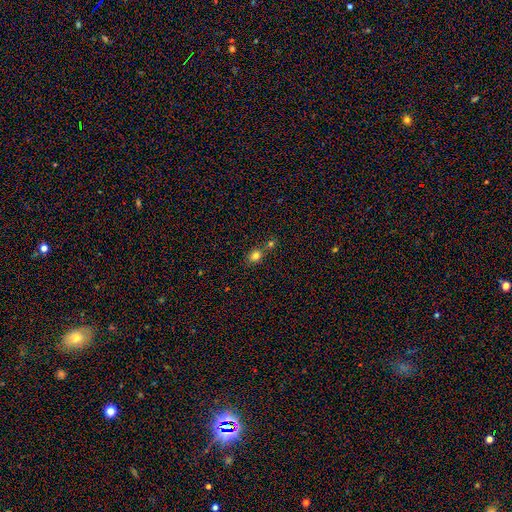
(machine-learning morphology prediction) A smooth galaxy with no disk features (78%) that is round (67%). Merging: none (55%).